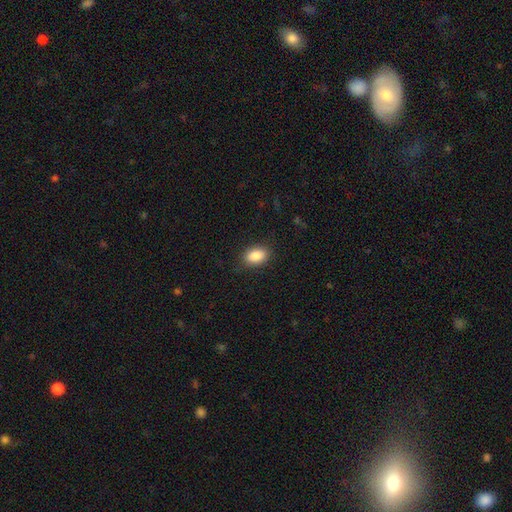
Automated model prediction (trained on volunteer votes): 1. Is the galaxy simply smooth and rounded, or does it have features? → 88% smooth, 8% star or artifact, 5% featured or disk.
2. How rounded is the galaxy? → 87% in between, 11% round, 2% cigar-shaped.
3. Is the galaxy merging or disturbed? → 85% none, 11% minor disturbance, 3% major disturbance, 1% merger.